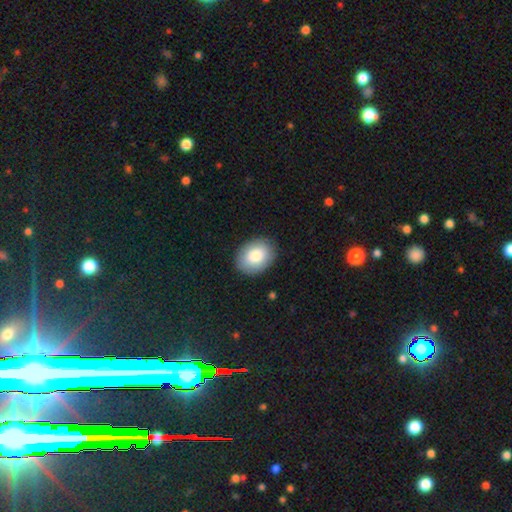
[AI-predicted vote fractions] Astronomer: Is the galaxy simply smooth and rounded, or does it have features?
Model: smooth — 84%.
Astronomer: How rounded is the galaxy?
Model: in between — 71%.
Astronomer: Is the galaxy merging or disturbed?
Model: none — 88%.